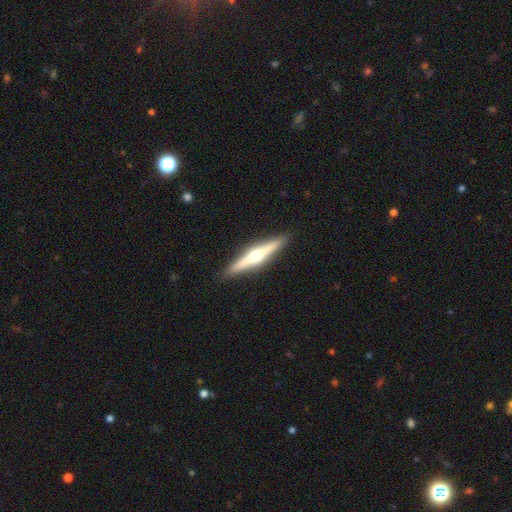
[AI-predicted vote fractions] A featured or disk galaxy (71%) viewed edge-on (98%) with a rounded central bulge (94%). Merging: none (91%).